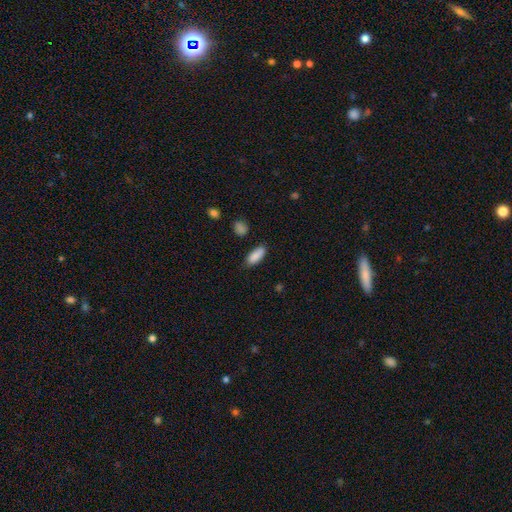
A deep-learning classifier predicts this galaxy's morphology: This is clearly a smooth galaxy (88%). How rounded: likely in between (80%). Merging: likely none (77%).